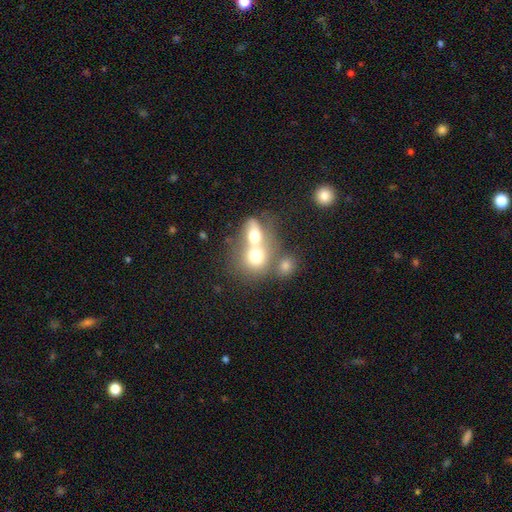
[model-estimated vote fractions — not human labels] Smooth or featured: smooth — 67% (featured or disk — 22%)
How rounded: round — 61% (in between — 37%)
Merging: merger — 67% (none — 21%)